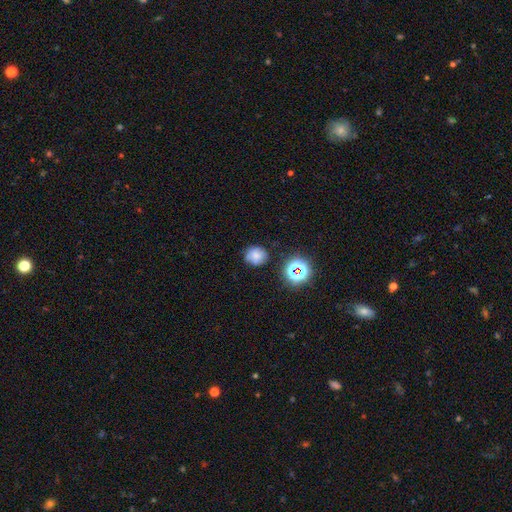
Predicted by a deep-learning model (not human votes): A smooth galaxy with no disk features (66%) that is round (78%). Merging: none (71%).